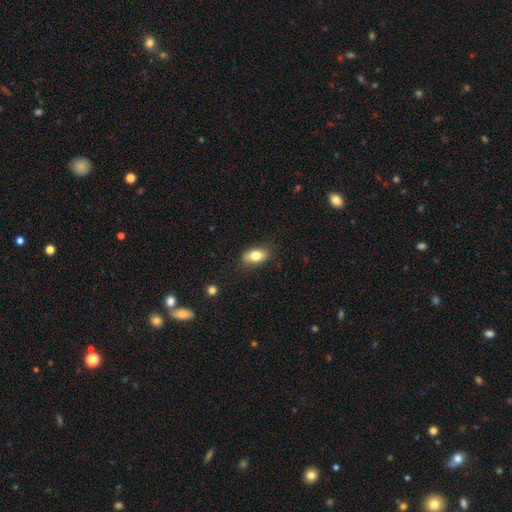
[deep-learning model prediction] A smooth galaxy with no disk features (80%) that is in between round and cigar-shaped (88%). Merging: none (82%).